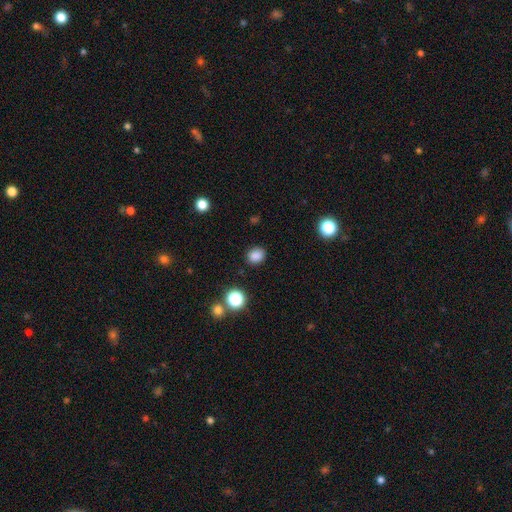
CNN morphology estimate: smooth_or_featured: smooth (p=0.83) [alt: star or artifact p=0.13]
how_rounded: round (p=0.63) [alt: in between p=0.36]
merging: none (p=0.86) [alt: minor disturbance p=0.09]